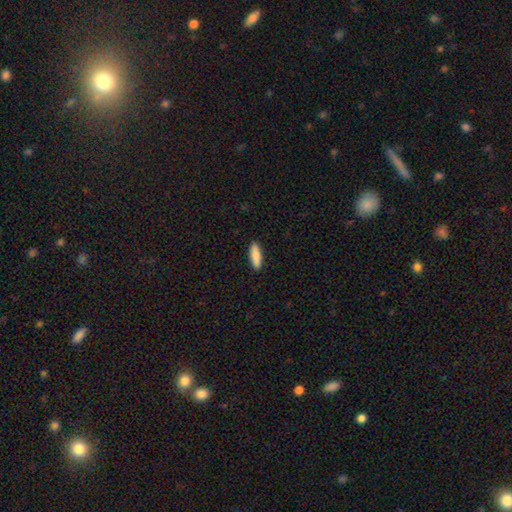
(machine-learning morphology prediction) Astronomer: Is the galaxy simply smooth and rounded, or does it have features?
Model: smooth — 85%.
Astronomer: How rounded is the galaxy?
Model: cigar-shaped — 52% (runner-up: in between, 46%).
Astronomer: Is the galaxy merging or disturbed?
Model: none — 90%.